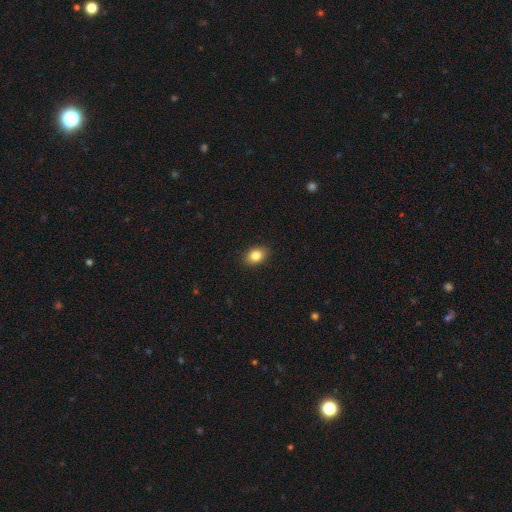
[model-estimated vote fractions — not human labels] Overall: smooth (85%). How rounded: in between (73%). Merging: none (89%).